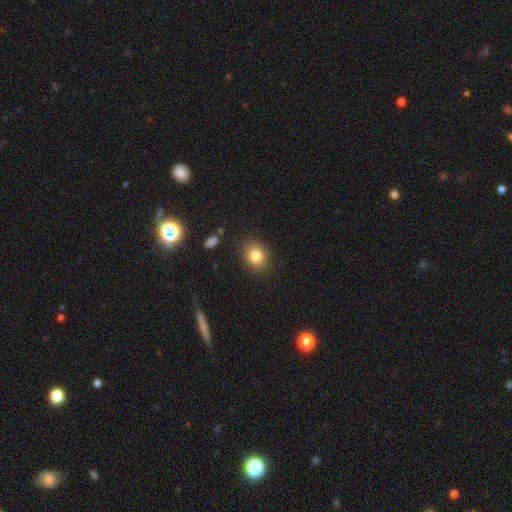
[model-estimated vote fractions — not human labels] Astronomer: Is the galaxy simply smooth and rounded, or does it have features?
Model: smooth — 83%.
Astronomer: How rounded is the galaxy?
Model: round — 54% (runner-up: in between, 45%).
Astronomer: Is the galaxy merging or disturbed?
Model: none — 86%.